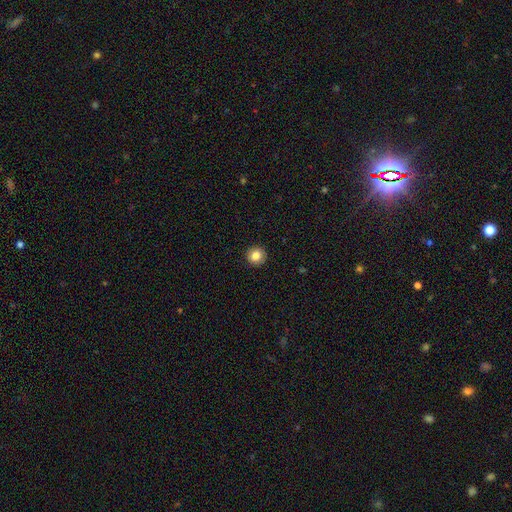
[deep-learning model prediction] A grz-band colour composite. It shows a smooth galaxy with no disk features (84%) that is round (94%). Merging: none (92%).